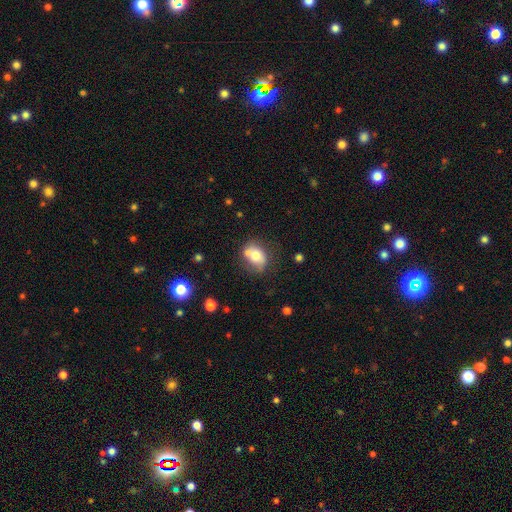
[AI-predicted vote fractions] Smooth or featured?
  - smooth: 69% *
  - featured or disk: 21%
  - star or artifact: 9%
How rounded?
  - in between: 58% *
  - round: 40%
  - cigar-shaped: 1%
Merging?
  - none: 49% *
  - merger: 24%
  - minor disturbance: 20%
  - major disturbance: 7%